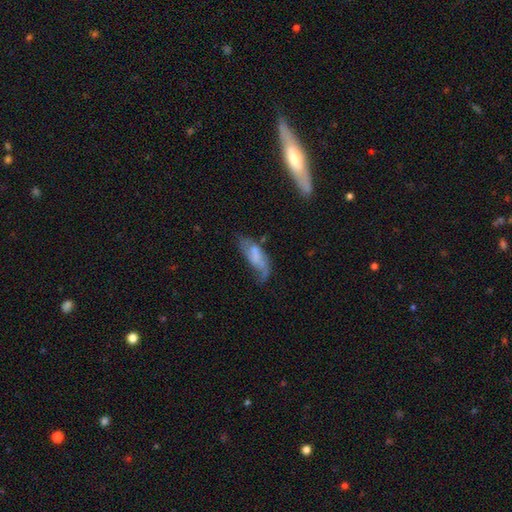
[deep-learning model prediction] This is possibly a smooth galaxy (52%). How rounded: likely in between (73%). Merging: marginally major disturbance (32%).